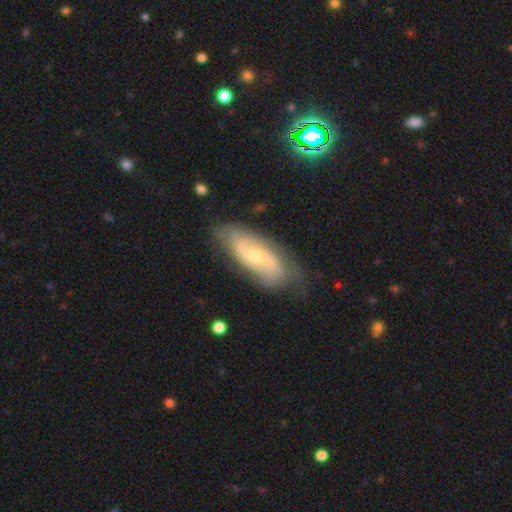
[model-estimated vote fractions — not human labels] smooth-or-featured: featured or disk: 77% | smooth: 17% | star or artifact: 6%
  disk-edge-on: no: 91% | yes: 9%
    bar: no: 52% | weak: 38% | strong: 10%
    has-spiral-arms: yes: 91% | no: 9%
      spiral-winding: medium: 41% | tight: 35% | loose: 24%
      spiral-arm-count: 2: 67% | can't tell: 21% | 3: 6% | 1: 3% | 4: 2% | more than 4: 2%
    bulge-size: small: 59% | moderate: 37% | large: 1% | none: 1% | dominant: 1%
  merging: none: 72% | minor disturbance: 20% | major disturbance: 6% | merger: 2%